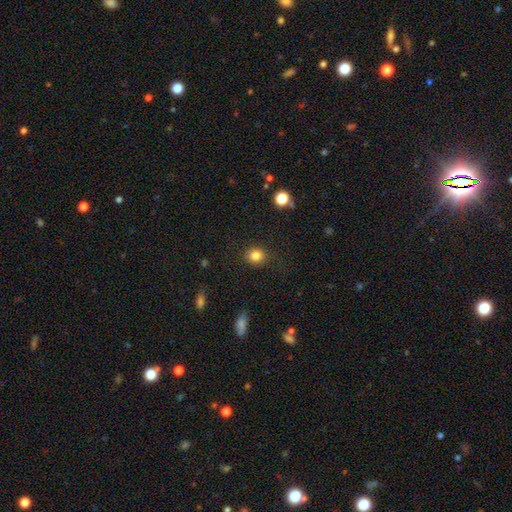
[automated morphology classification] A smooth galaxy with no disk features (84%) that is round (80%). Merging: none (88%).